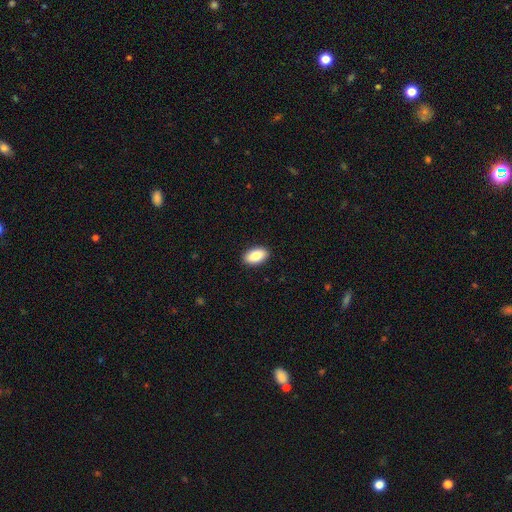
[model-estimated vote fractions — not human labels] Smooth or featured?
  - smooth: 86% *
  - featured or disk: 7%
  - star or artifact: 7%
How rounded?
  - in between: 94% *
  - round: 4%
  - cigar-shaped: 2%
Merging?
  - none: 90% *
  - minor disturbance: 7%
  - major disturbance: 2%
  - merger: 1%